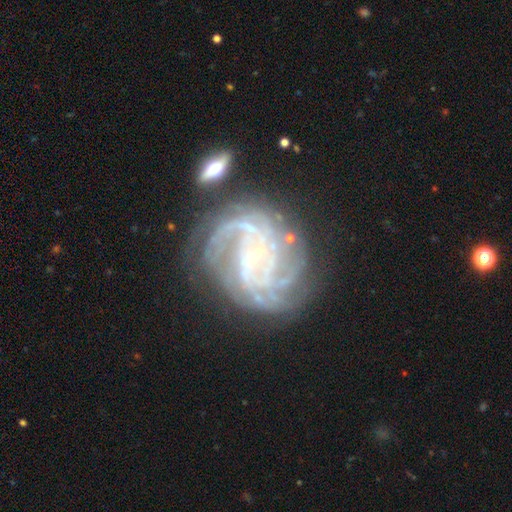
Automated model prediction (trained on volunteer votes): smooth_or_featured: featured or disk (p=0.90) [alt: star or artifact p=0.06]
disk_edge_on: no (p=0.98) [alt: yes p=0.02]
bar: no (p=0.52) [alt: weak p=0.34]
has_spiral_arms: yes (p=0.98) [alt: no p=0.02]
spiral_winding: tight (p=0.63) [alt: medium p=0.31]
spiral_arm_count: 4 (p=0.26) [alt: 3 p=0.20]
bulge_size: small (p=0.86) [alt: moderate p=0.07]
merging: none (p=0.68) [alt: minor disturbance p=0.18]